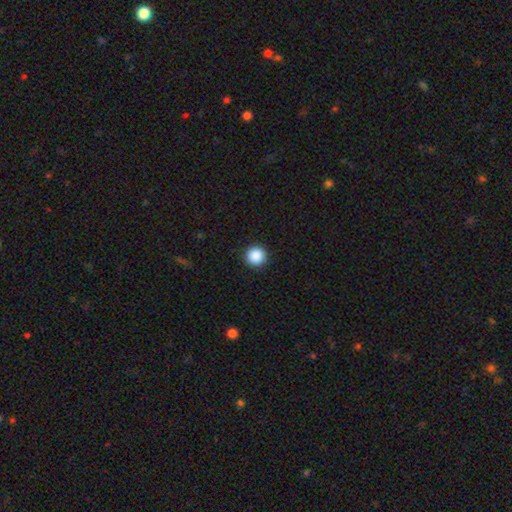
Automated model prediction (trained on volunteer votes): smooth 88%, star or artifact 9%, featured or disk 2%. Down the decision tree: how rounded — round (96%); merging — none (93%).